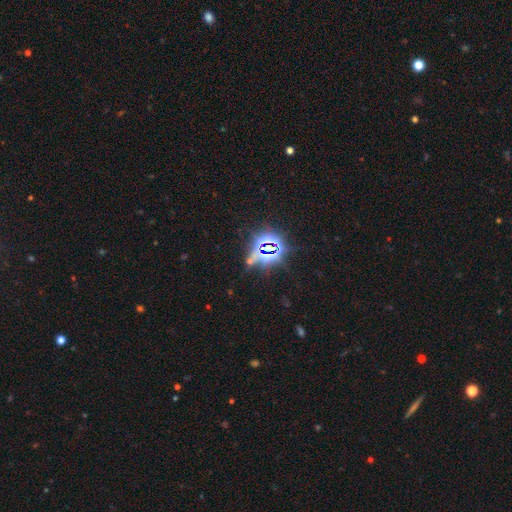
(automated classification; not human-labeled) Overall: star or artifact (79%).